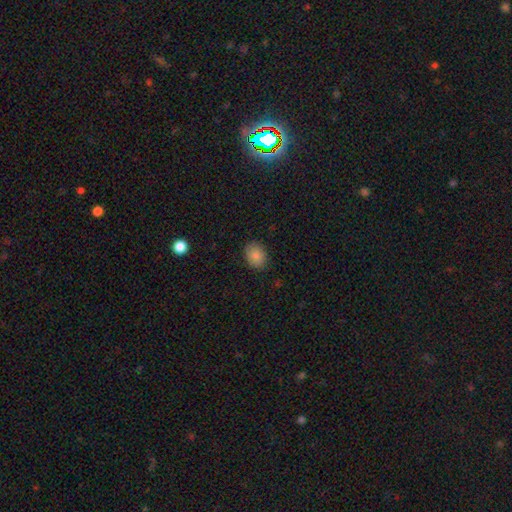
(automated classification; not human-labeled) smooth_or_featured: smooth (p=0.87) [alt: star or artifact p=0.08]
how_rounded: in between (p=0.60) [alt: round p=0.39]
merging: none (p=0.85) [alt: minor disturbance p=0.12]